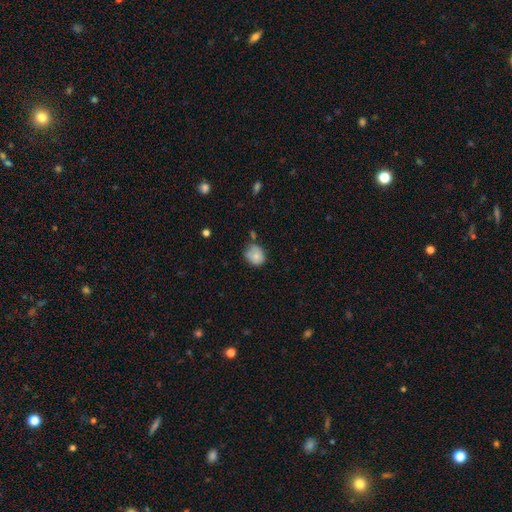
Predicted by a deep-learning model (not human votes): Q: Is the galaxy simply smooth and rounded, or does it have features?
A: smooth — 76%.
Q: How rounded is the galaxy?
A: round — 58%.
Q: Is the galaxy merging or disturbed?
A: none — 49%.